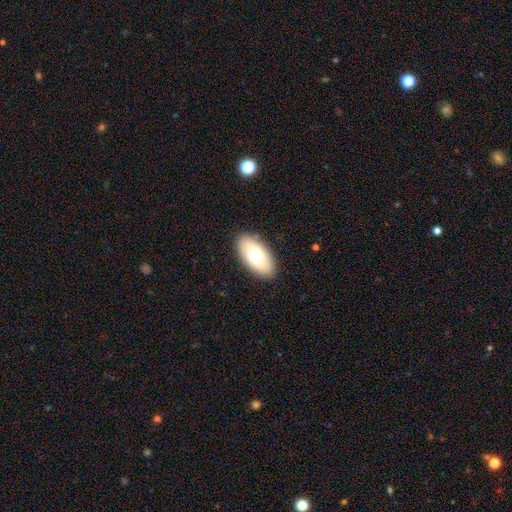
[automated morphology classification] Q: Smooth or featured?
A: smooth (71%); runner-up: featured or disk (23%)
Q: How rounded?
A: in between (94%); runner-up: cigar-shaped (3%)
Q: Merging?
A: none (88%); runner-up: minor disturbance (9%)